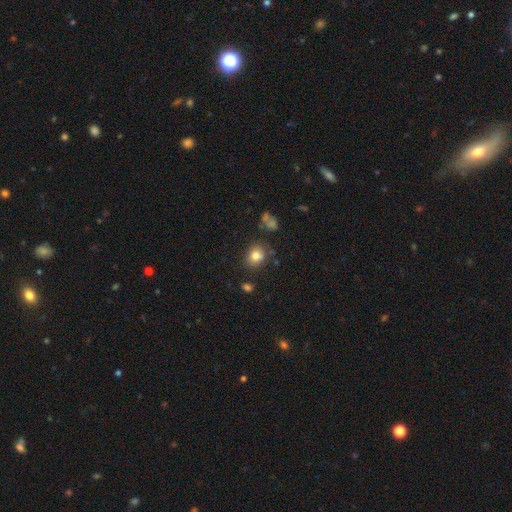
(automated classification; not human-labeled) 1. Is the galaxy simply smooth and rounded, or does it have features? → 80% smooth, 11% star or artifact, 9% featured or disk.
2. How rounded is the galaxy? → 58% round, 41% in between, 1% cigar-shaped.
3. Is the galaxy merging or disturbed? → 75% none, 15% minor disturbance, 5% merger, 5% major disturbance.